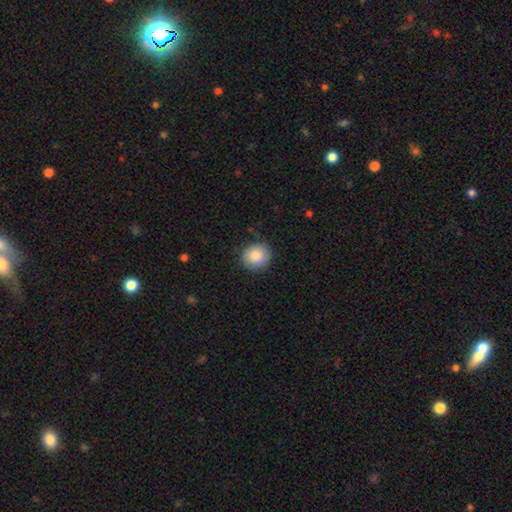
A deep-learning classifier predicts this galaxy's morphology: Overall: smooth (86%). How rounded: round (85%). Merging: none (83%).